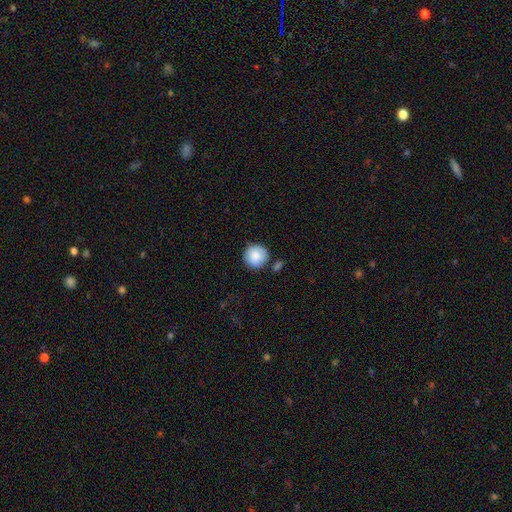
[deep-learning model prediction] Smooth or featured?
  - smooth: 88% *
  - star or artifact: 7%
  - featured or disk: 5%
How rounded?
  - round: 95% *
  - in between: 4%
  - cigar-shaped: 1%
Merging?
  - none: 81% *
  - minor disturbance: 10%
  - merger: 5%
  - major disturbance: 3%